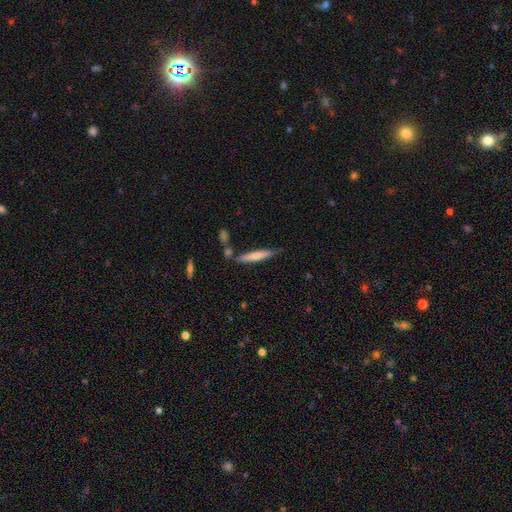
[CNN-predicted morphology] Smooth or featured? Predicted: smooth (p=0.66). How rounded? Predicted: cigar-shaped (p=0.92). Merging? Predicted: none (p=0.69).